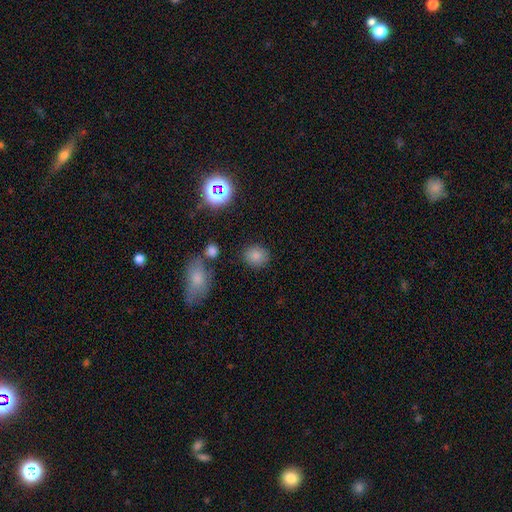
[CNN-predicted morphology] This appears to be a smooth galaxy with no disk features (81%) that is round (75%). Merging: none (84%).